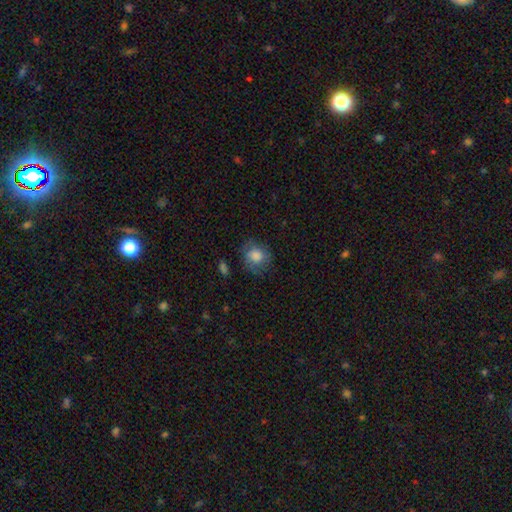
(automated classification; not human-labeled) Smooth or featured? smooth (75%)
How rounded? round (73%)
Merging? none (67%)